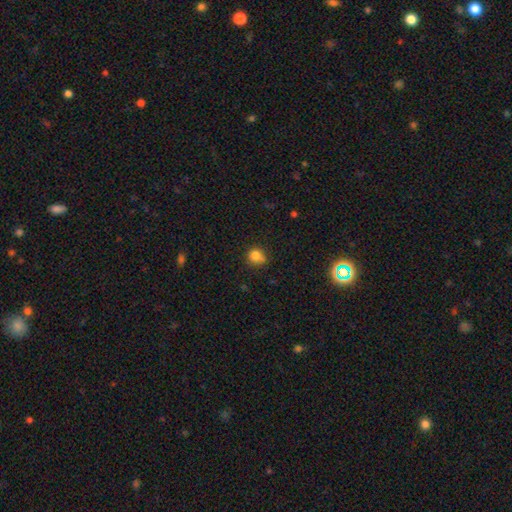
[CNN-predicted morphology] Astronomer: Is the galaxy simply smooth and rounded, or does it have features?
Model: smooth — 82%.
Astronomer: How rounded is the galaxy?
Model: round — 79%.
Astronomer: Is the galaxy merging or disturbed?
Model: none — 68%.